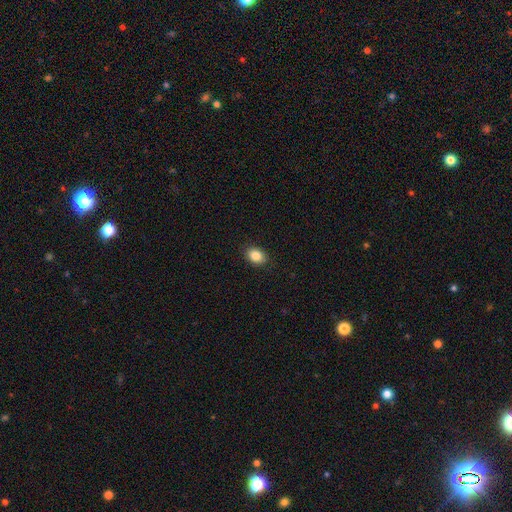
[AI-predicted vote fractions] The model was most divided on "how rounded": in between: 66%, round: 33%, cigar-shaped: 1%. More confident: merging — none (89%); smooth or featured — smooth (86%).